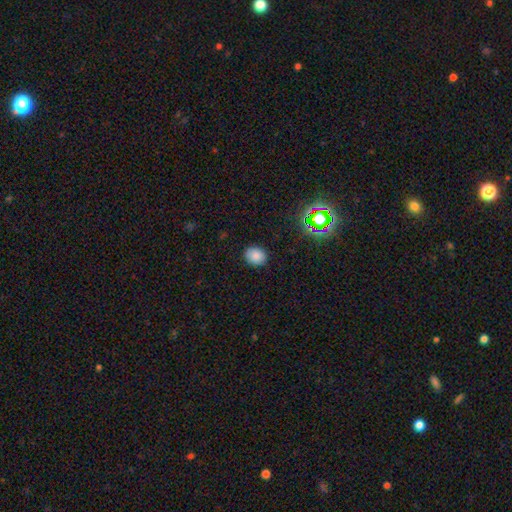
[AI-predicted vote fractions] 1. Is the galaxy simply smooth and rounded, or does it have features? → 83% smooth, 13% star or artifact, 4% featured or disk.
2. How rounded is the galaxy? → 53% round, 46% in between, 1% cigar-shaped.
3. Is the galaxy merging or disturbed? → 87% none, 9% minor disturbance, 2% major disturbance, 1% merger.